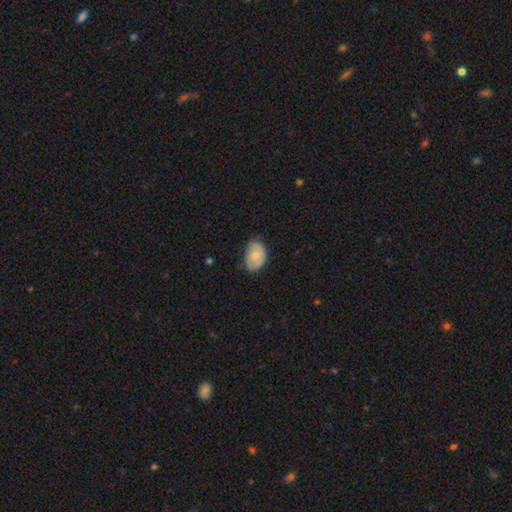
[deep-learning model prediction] The model was most divided on "merging": none: 63%, minor disturbance: 30%, major disturbance: 6%, merger: 1%. More confident: how rounded — in between (79%); smooth or featured — smooth (67%).